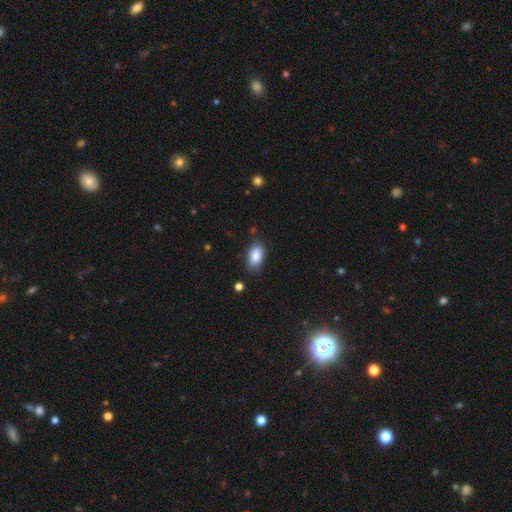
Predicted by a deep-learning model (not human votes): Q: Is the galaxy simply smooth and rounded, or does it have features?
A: smooth — 87%.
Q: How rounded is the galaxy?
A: in between — 92%.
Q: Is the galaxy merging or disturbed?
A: none — 78%.